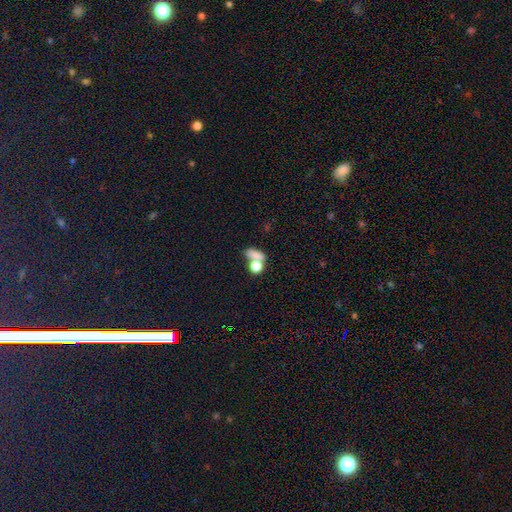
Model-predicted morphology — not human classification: A smooth galaxy with no disk features (72%) that is in between round and cigar-shaped (53%). Merging: merger (42%).